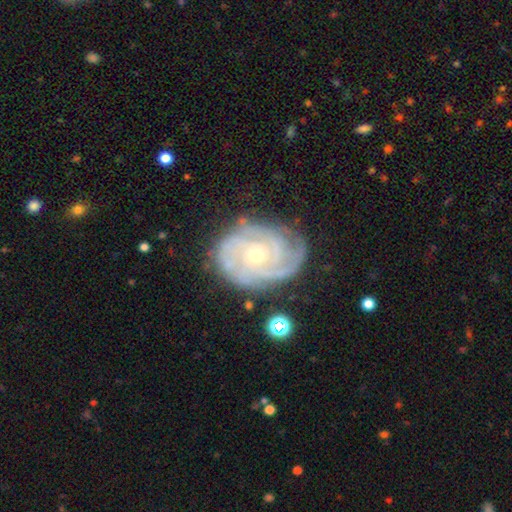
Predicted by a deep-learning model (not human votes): Q: Smooth or featured?
A: featured or disk (87%); runner-up: smooth (7%)
Q: Edge-on disk?
A: no (97%); runner-up: yes (3%)
Q: Bar?
A: no (76%); runner-up: weak (20%)
Q: Spiral arms?
A: yes (97%); runner-up: no (3%)
Q: Spiral winding?
A: tight (73%); runner-up: medium (23%)
Q: Spiral arm count?
A: can't tell (28%); runner-up: 3 (25%)
Q: Bulge size?
A: small (64%); runner-up: moderate (33%)
Q: Merging?
A: none (71%); runner-up: minor disturbance (20%)